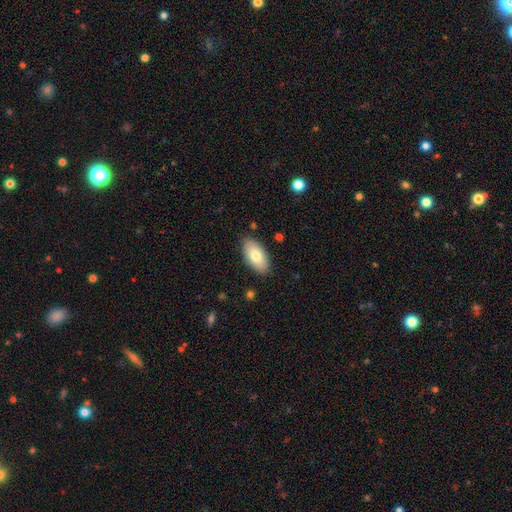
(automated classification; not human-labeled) Q: Smooth or featured?
A: smooth (78%); runner-up: featured or disk (16%)
Q: How rounded?
A: in between (93%); runner-up: cigar-shaped (4%)
Q: Merging?
A: none (86%); runner-up: minor disturbance (10%)